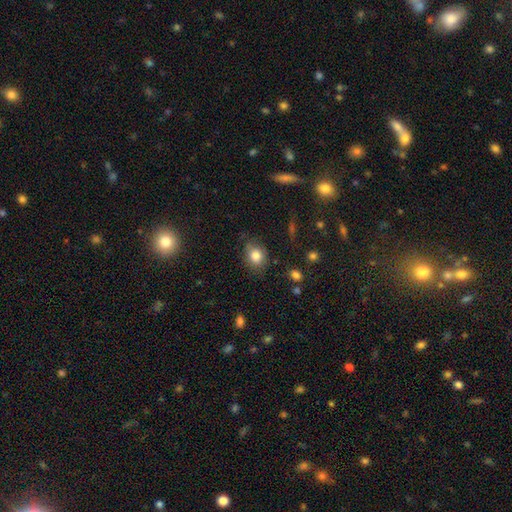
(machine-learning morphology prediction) This appears to be a smooth galaxy with no disk features (83%) that is round (60%). Merging: none (76%).